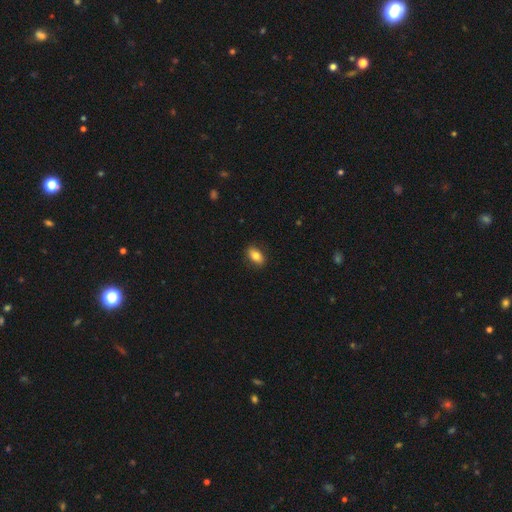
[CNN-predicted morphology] Smooth or featured: smooth — 82% (featured or disk — 11%)
How rounded: in between — 88% (round — 8%)
Merging: none — 87% (minor disturbance — 10%)